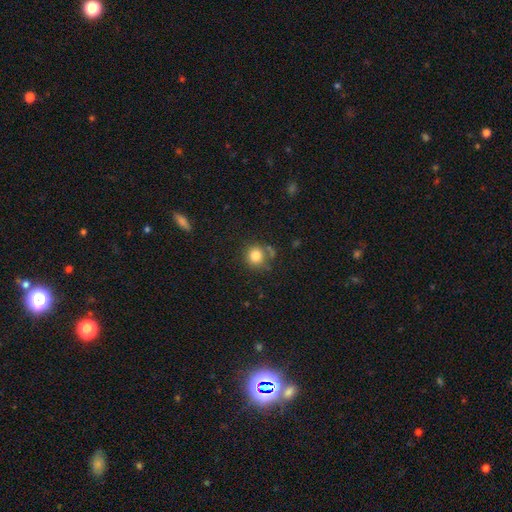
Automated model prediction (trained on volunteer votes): smooth 82%, star or artifact 11%, featured or disk 7%. Down the decision tree: how rounded — round (89%); merging — none (69%).